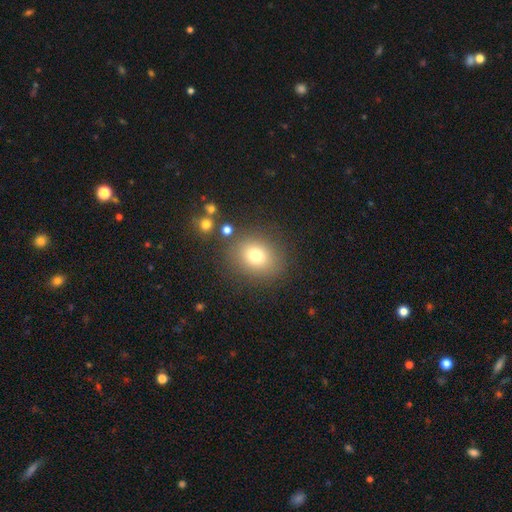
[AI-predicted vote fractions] Smooth or featured? smooth (75%)
How rounded? round (57%)
Merging? none (83%)